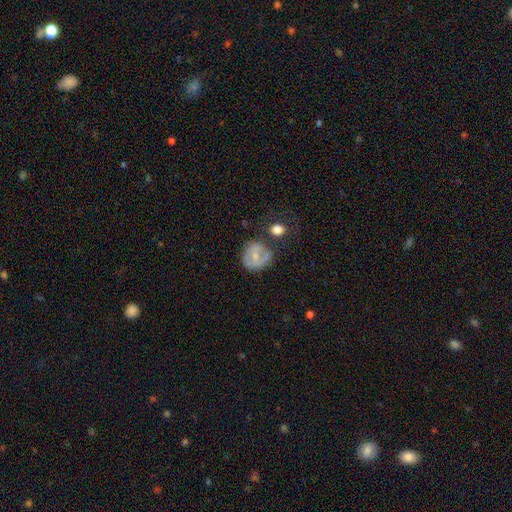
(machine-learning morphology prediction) smooth-or-featured: featured or disk: 48% | smooth: 45% | star or artifact: 8%
  merging: none: 56% | minor disturbance: 24% | major disturbance: 12% | merger: 9%